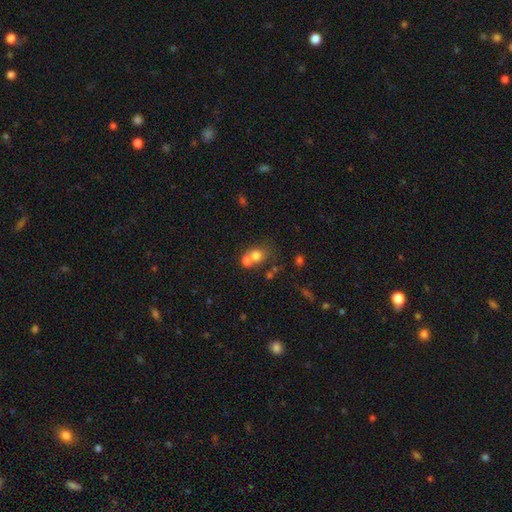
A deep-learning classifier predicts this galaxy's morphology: This appears to be a smooth galaxy with no disk features (71%) that is round (68%). Merging: merger (52%).